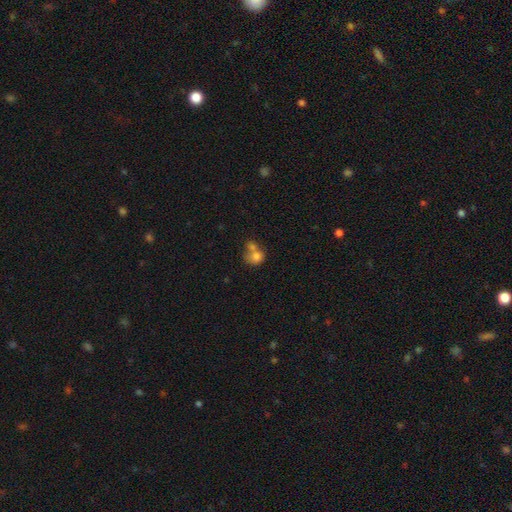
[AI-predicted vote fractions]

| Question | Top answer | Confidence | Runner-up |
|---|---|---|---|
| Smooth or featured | smooth | 76% | featured or disk (15%) |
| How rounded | round | 69% | in between (30%) |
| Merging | merger | 58% | none (27%) |